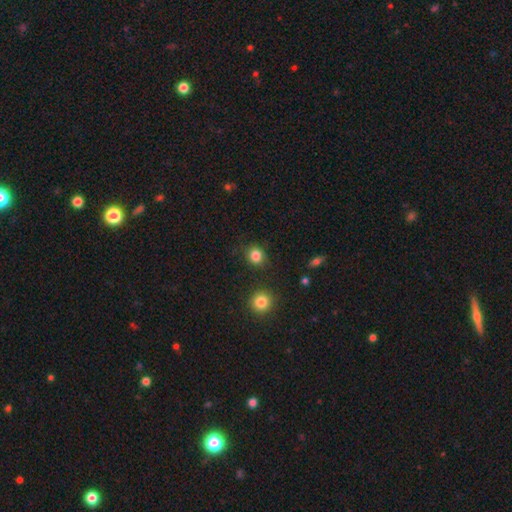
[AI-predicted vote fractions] A smooth galaxy with no disk features (84%) that is round (74%). Merging: none (83%).